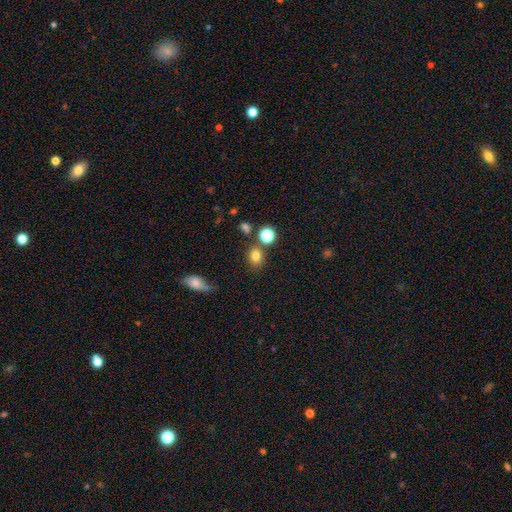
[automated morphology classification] Smooth or featured?
  - smooth: 78% *
  - star or artifact: 15%
  - featured or disk: 7%
How rounded?
  - round: 57% *
  - in between: 41%
  - cigar-shaped: 1%
Merging?
  - none: 74% *
  - minor disturbance: 12%
  - merger: 10%
  - major disturbance: 4%